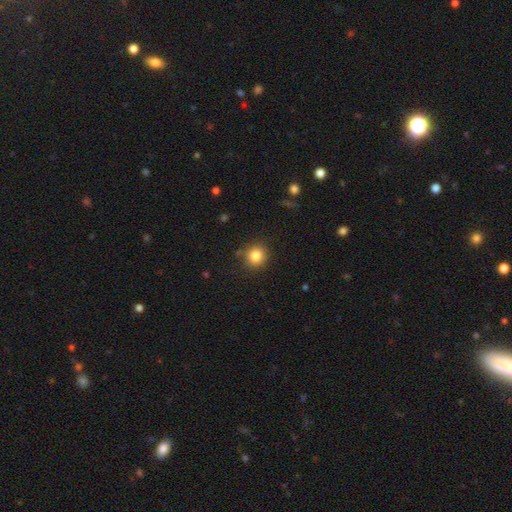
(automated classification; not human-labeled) smooth_or_featured: smooth (p=0.83) [alt: star or artifact p=0.11]
how_rounded: round (p=0.90) [alt: in between p=0.09]
merging: none (p=0.86) [alt: minor disturbance p=0.09]